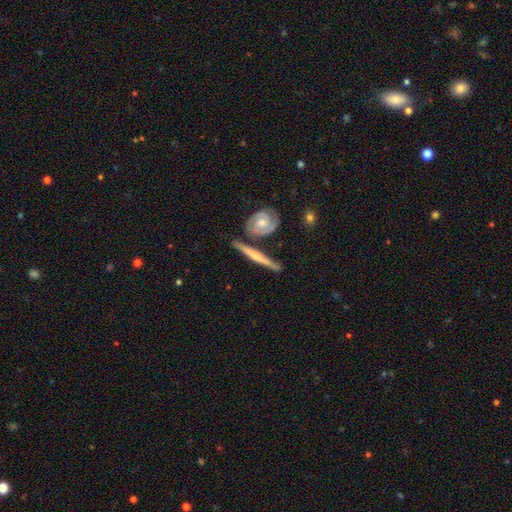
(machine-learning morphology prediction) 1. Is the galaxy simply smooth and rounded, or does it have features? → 70% featured or disk, 25% smooth, 5% star or artifact.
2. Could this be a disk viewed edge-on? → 85% yes, 15% no.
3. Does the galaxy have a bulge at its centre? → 55% rounded, 37% none, 8% boxy.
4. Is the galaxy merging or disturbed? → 74% none, 12% minor disturbance, 11% merger, 3% major disturbance.